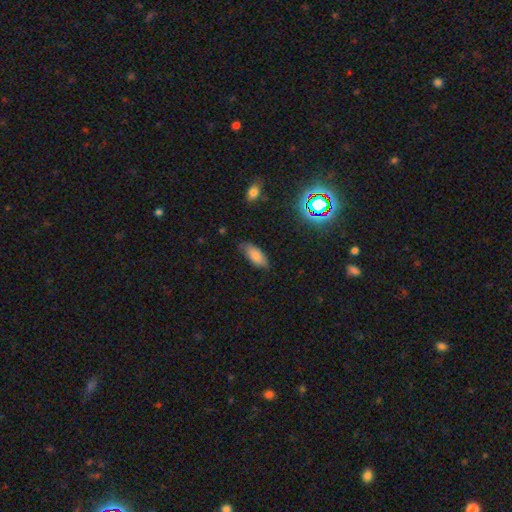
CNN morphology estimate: A smooth galaxy with no disk features (81%) that is in between round and cigar-shaped (83%).

Vote fractions:
- Smooth or featured? smooth: 81% / star or artifact: 10% / featured or disk: 10%
- How rounded? in between: 83% / cigar-shaped: 15% / round: 2%
- Merging? none: 74% / minor disturbance: 21% / major disturbance: 4% / merger: 1%